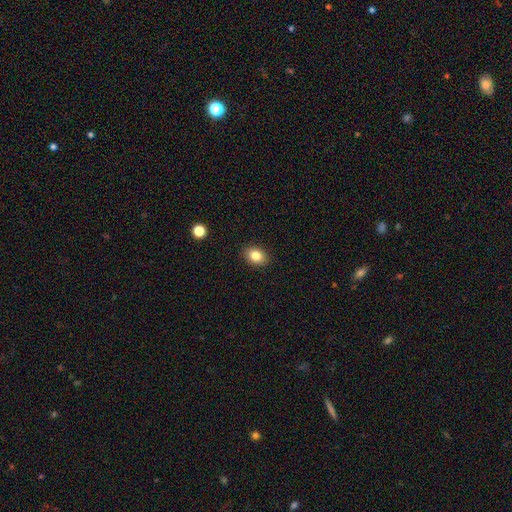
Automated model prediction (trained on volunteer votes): Morphology: type=smooth (83%); roundness=in between (71%); merging=none (89%).